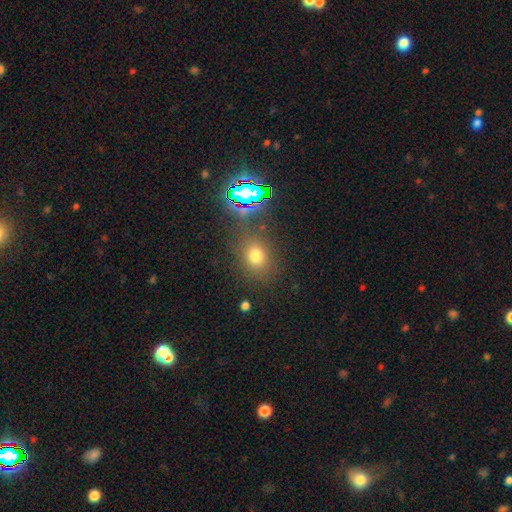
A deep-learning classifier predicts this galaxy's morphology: Smooth or featured? Predicted: smooth (p=0.69). How rounded? Predicted: round (p=0.59). Merging? Predicted: none (p=0.79).